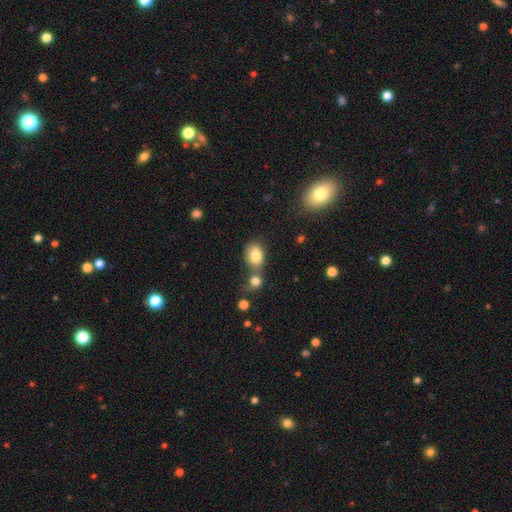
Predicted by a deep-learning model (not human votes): smooth 82%, star or artifact 9%, featured or disk 8%. Down the decision tree: how rounded — in between (71%); merging — none (48%).